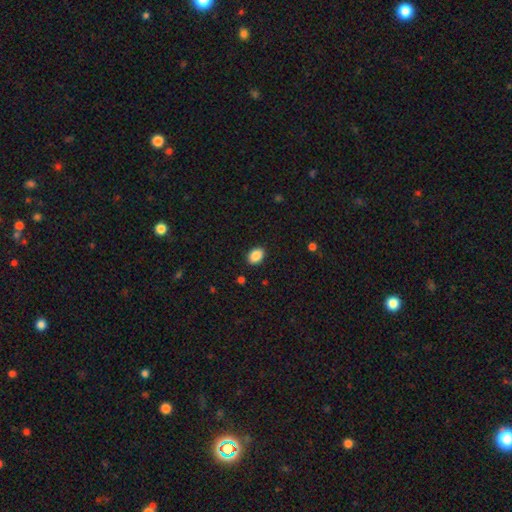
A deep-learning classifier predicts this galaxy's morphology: Smooth or featured?
  - smooth: 88% *
  - star or artifact: 8%
  - featured or disk: 3%
How rounded?
  - in between: 77% *
  - round: 22%
  - cigar-shaped: 1%
Merging?
  - none: 90% *
  - minor disturbance: 7%
  - major disturbance: 2%
  - merger: 1%